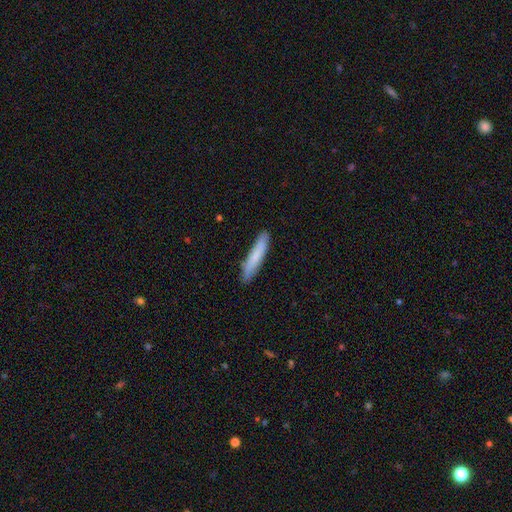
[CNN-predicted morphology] smooth 76%, featured or disk 18%, star or artifact 6%. Down the decision tree: how rounded — cigar-shaped (92%); merging — none (89%).